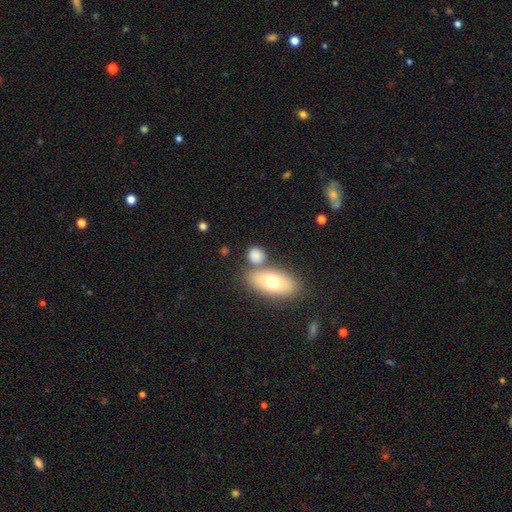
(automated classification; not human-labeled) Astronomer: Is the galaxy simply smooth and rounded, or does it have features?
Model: smooth — 79%.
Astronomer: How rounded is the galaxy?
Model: round — 48% (runner-up: in between, 47%).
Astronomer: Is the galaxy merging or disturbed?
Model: none — 63%.